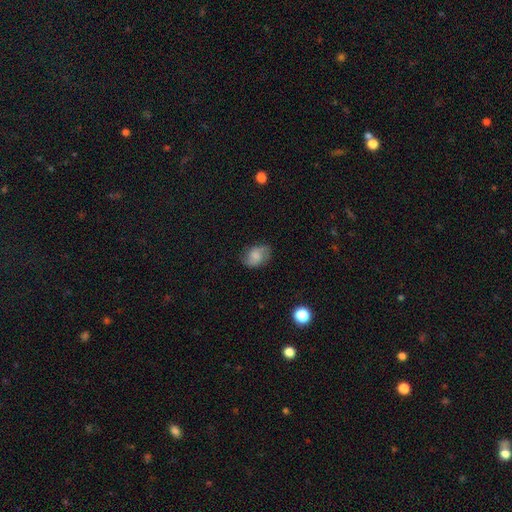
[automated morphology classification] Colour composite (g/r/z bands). It shows a smooth galaxy with no disk features (54%) that is in between round and cigar-shaped (72%). Merging: none (73%).